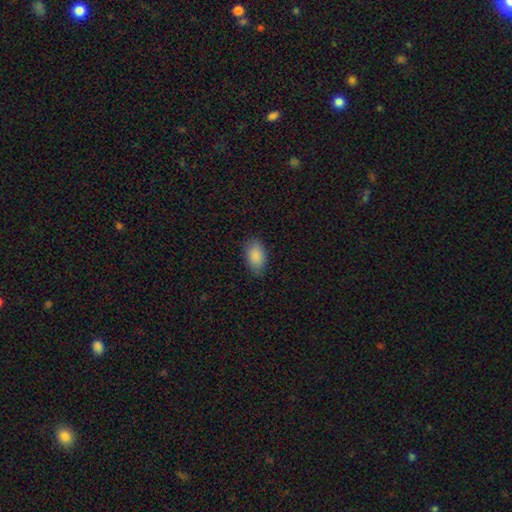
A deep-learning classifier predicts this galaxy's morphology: This appears to be a smooth galaxy with no disk features (89%) that is in between round and cigar-shaped (92%). Merging: none (85%).